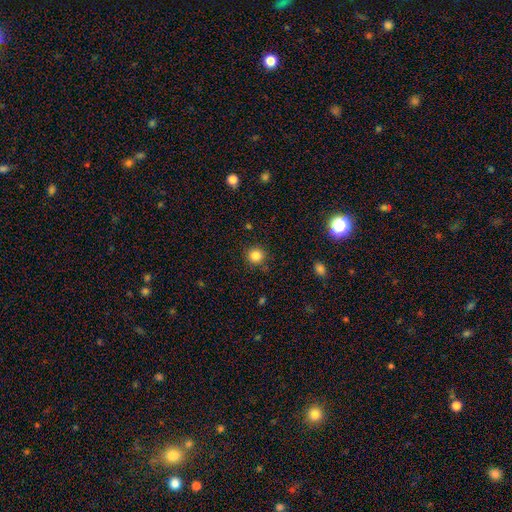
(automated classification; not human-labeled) Overall: smooth (84%). How rounded: round (93%). Merging: none (89%).